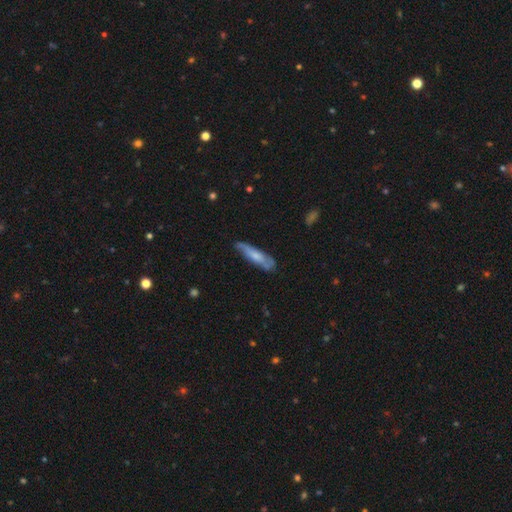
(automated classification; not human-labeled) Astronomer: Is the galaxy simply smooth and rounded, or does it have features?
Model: smooth — 56% (runner-up: featured or disk, 38%).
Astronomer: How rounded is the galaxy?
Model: cigar-shaped — 76%.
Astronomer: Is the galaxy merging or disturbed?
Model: none — 66%.